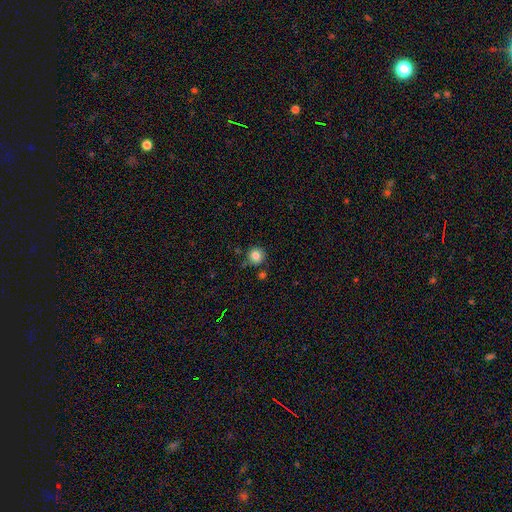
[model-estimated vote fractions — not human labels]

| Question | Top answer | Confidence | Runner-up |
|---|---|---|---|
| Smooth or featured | smooth | 83% | star or artifact (11%) |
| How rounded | round | 92% | in between (7%) |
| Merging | none | 79% | minor disturbance (12%) |